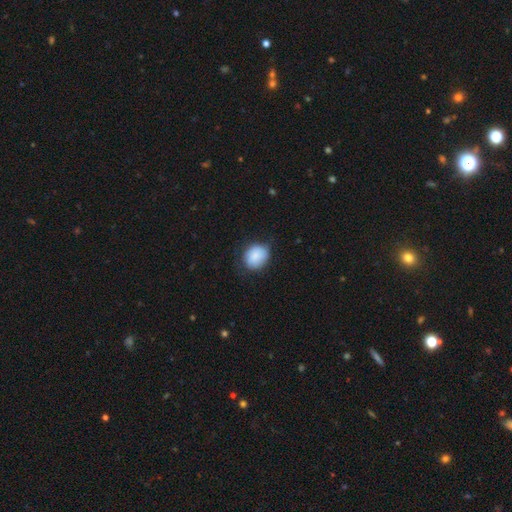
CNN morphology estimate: This is clearly a smooth galaxy (86%). How rounded: possibly round (58%). Merging: likely none (71%).